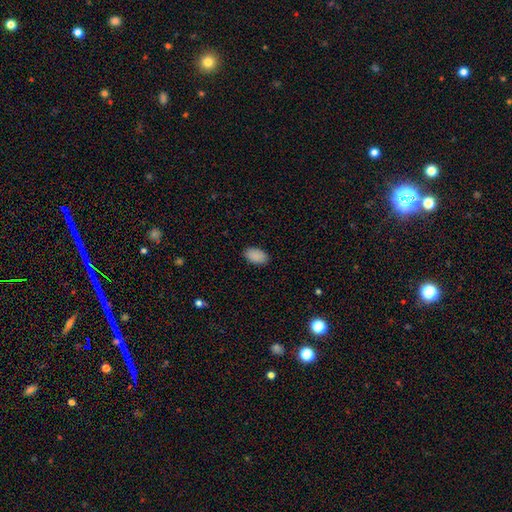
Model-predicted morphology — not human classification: Smooth or featured? Predicted: smooth (p=0.90). How rounded? Predicted: in between (p=0.93). Merging? Predicted: none (p=0.89).